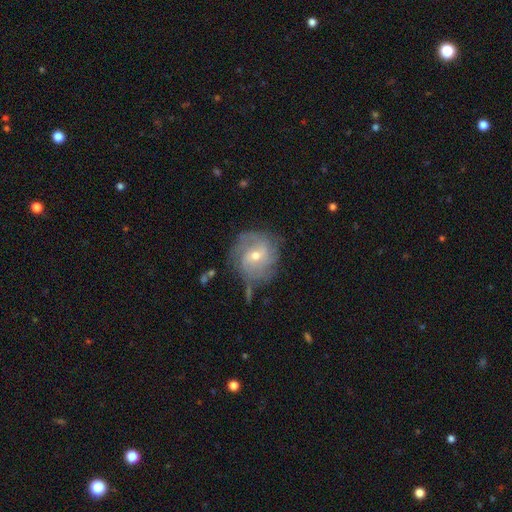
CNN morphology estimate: Smooth or featured: featured or disk — 79% (smooth — 14%)
Edge-on disk: no — 97% (yes — 3%)
Bar: no — 45% (tied with weak — 45%)
Spiral arms: yes — 92% (no — 8%)
Spiral winding: tight — 48% (medium — 37%)
Spiral arm count: 2 — 31% (can't tell — 30%)
Bulge size: moderate — 50% (small — 47%)
Merging: none — 68% (minor disturbance — 20%)